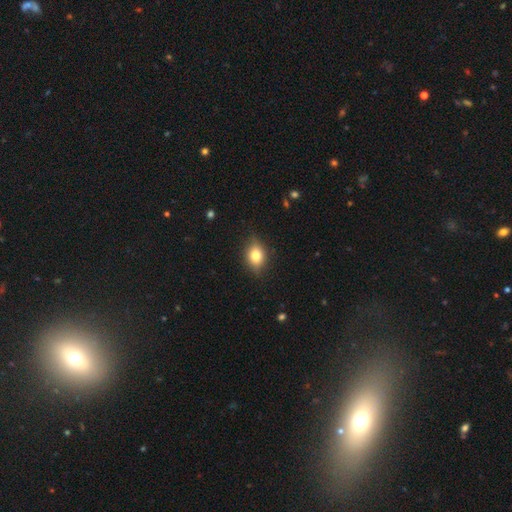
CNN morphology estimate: Smooth or featured: smooth — 73% (featured or disk — 18%)
How rounded: in between — 62% (round — 35%)
Merging: none — 80% (minor disturbance — 16%)